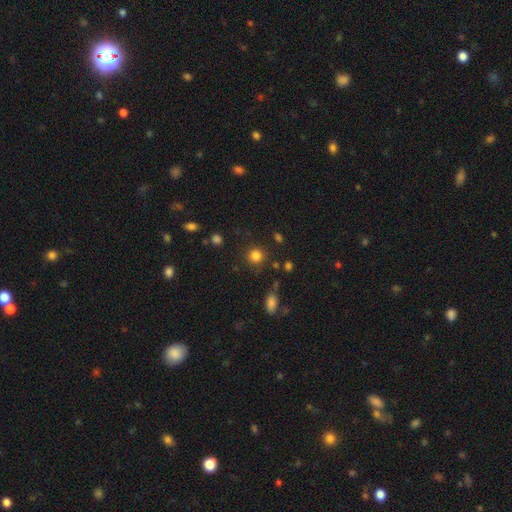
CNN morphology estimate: type=smooth (83%); roundness=round (90%); merging=none (84%).